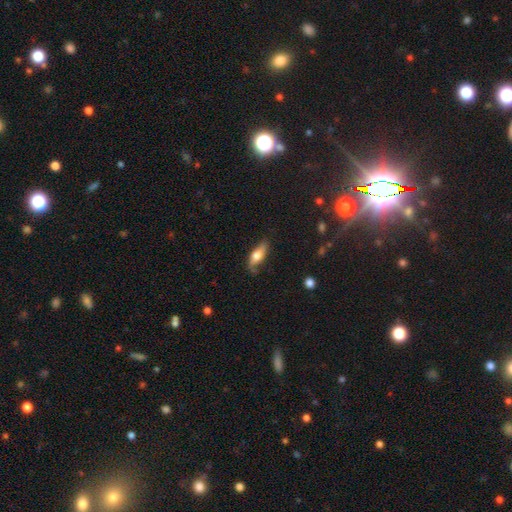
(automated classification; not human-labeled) This appears to be a smooth galaxy with no disk features (55%) that is in between round and cigar-shaped (62%). Merging: none (66%).